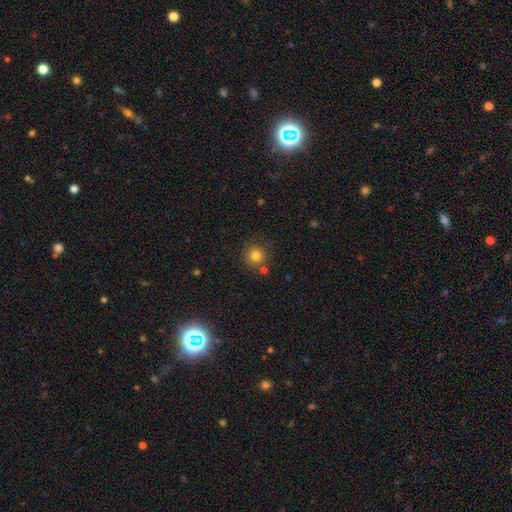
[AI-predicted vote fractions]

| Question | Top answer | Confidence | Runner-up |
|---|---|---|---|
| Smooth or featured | smooth | 80% | star or artifact (13%) |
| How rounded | round | 94% | in between (6%) |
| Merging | none | 77% | merger (10%) |